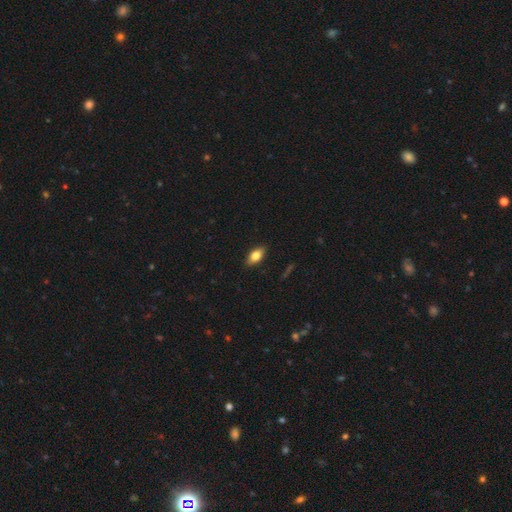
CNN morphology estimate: type=smooth (78%); roundness=in between (88%); merging=none (88%).